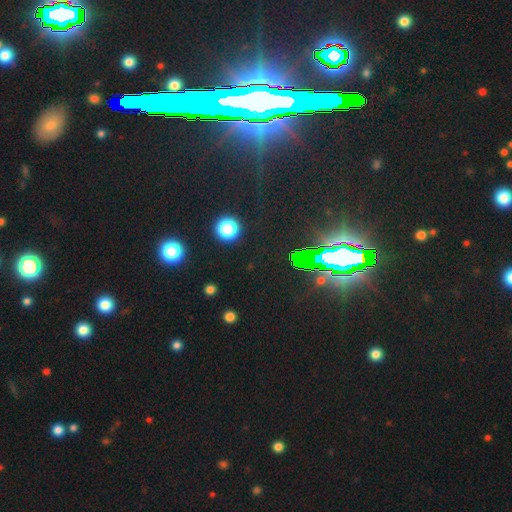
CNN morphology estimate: smooth_or_featured: star or artifact (p=0.82) [alt: featured or disk p=0.09]